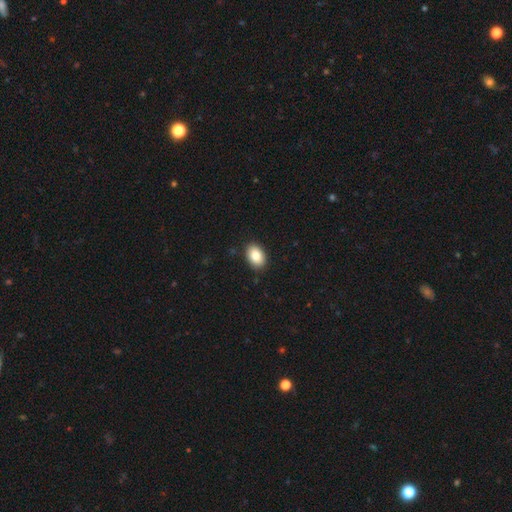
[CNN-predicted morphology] smooth-or-featured: smooth: 85% | featured or disk: 8% | star or artifact: 7%
  how-rounded: in between: 85% | round: 14% | cigar-shaped: 1%
  merging: none: 90% | minor disturbance: 7% | major disturbance: 2% | merger: 1%